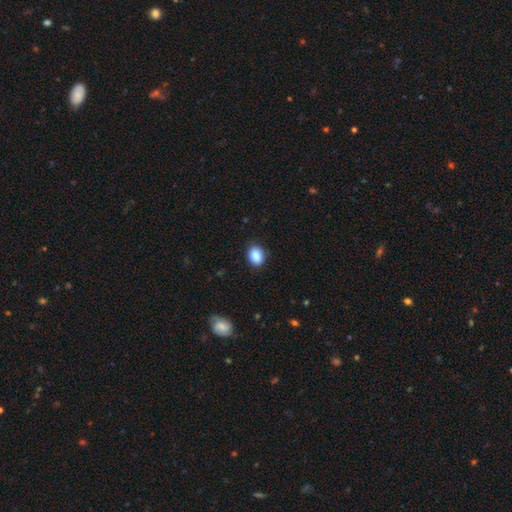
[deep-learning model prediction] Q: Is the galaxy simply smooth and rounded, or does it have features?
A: smooth — 88%.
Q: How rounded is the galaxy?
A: in between — 63%.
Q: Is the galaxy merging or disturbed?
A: none — 87%.